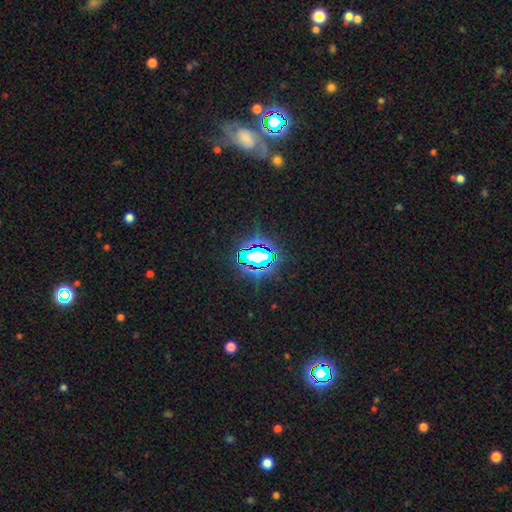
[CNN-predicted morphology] Smooth or featured?
  - star or artifact: 70% *
  - smooth: 18%
  - featured or disk: 12%